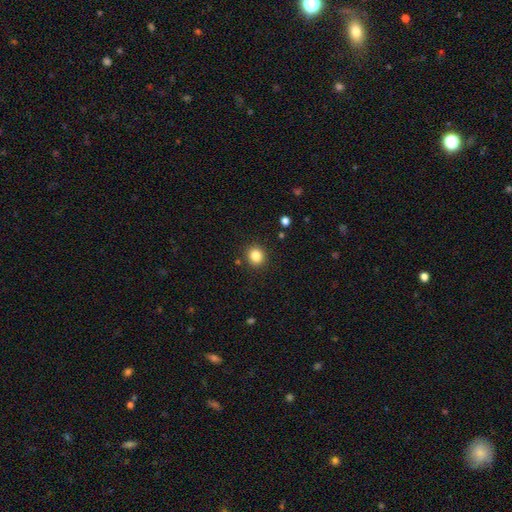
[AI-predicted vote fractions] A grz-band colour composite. It shows a smooth galaxy with no disk features (84%) that is round (83%). Merging: none (89%).